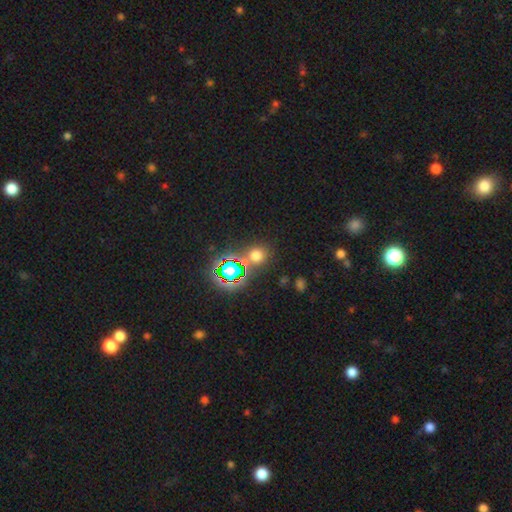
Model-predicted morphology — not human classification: type=smooth (60%); roundness=round (84%); merging=none (73%).